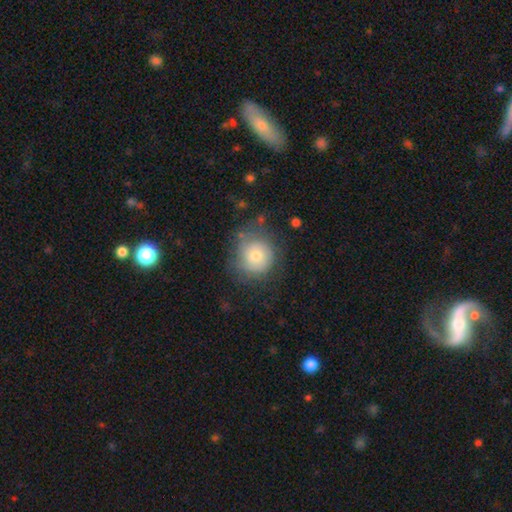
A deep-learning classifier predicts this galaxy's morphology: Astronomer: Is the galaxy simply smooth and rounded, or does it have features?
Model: smooth — 61%.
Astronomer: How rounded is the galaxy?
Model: round — 89%.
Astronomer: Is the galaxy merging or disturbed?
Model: none — 67%.